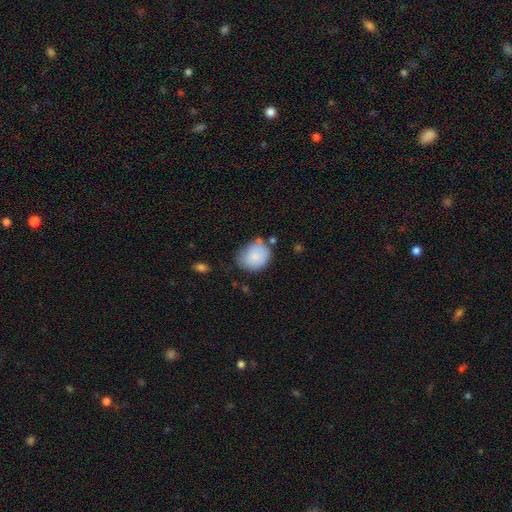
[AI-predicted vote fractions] Q: Smooth or featured?
A: smooth (83%); runner-up: featured or disk (10%)
Q: How rounded?
A: round (54%); runner-up: in between (45%)
Q: Merging?
A: none (51%); runner-up: minor disturbance (33%)